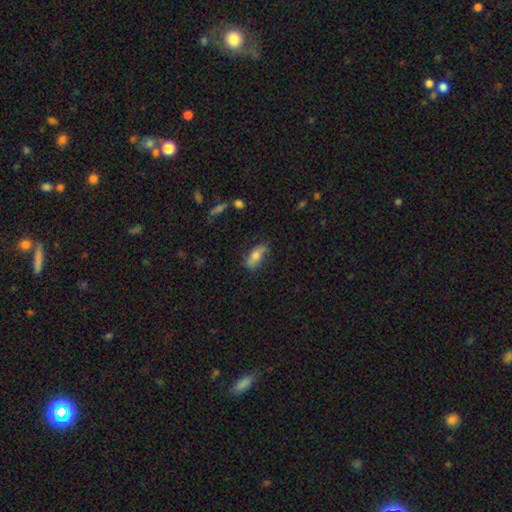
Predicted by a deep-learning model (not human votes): A smooth galaxy with no disk features (65%) that is in between round and cigar-shaped (82%).

Vote fractions:
- Smooth or featured? smooth: 65% / featured or disk: 28% / star or artifact: 7%
- How rounded? in between: 82% / cigar-shaped: 14% / round: 4%
- Merging? none: 65% / minor disturbance: 26% / major disturbance: 7% / merger: 2%